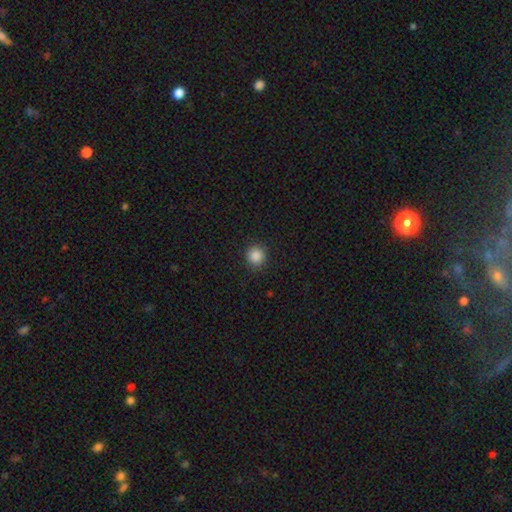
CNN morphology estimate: smooth_or_featured: smooth (p=0.87) [alt: star or artifact p=0.10]
how_rounded: round (p=0.93) [alt: in between p=0.06]
merging: none (p=0.90) [alt: minor disturbance p=0.07]